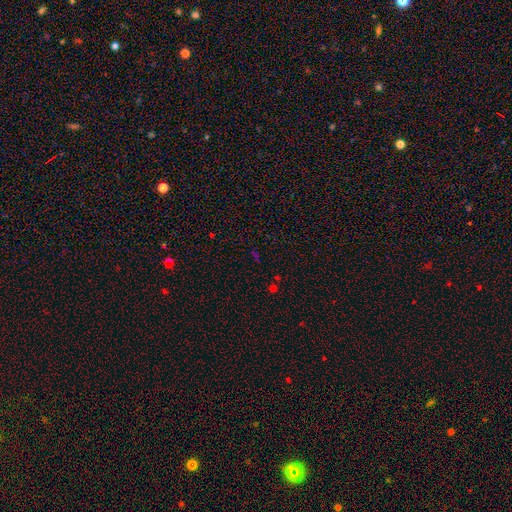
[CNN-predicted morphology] This appears to be a star or artifact, not a galaxy (65%).